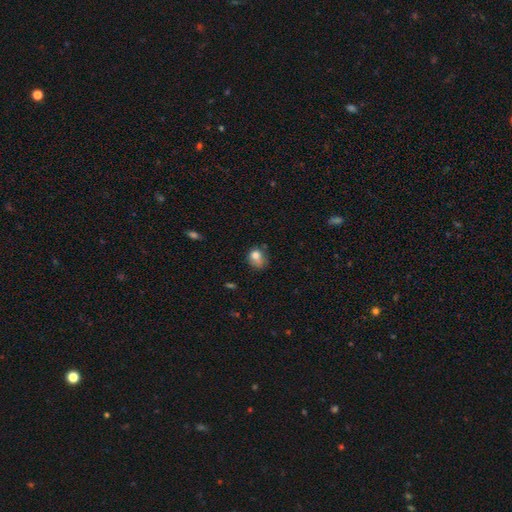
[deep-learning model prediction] smooth_or_featured: smooth (p=0.78) [alt: featured or disk p=0.12]
how_rounded: round (p=0.51) [alt: in between p=0.48]
merging: none (p=0.43) [alt: minor disturbance p=0.35]